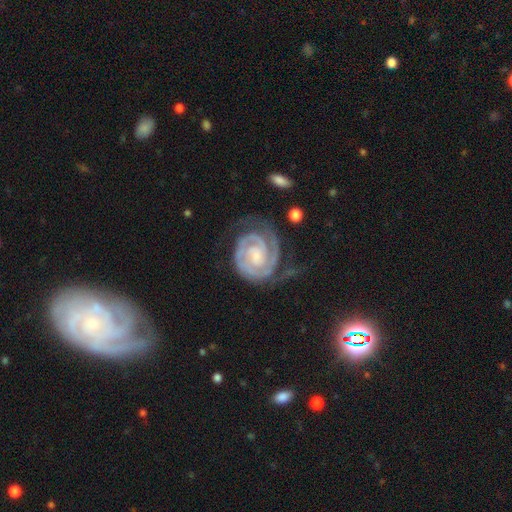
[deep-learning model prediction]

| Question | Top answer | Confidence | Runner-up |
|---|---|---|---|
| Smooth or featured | featured or disk | 92% | smooth (4%) |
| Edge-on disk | no | 98% | yes (2%) |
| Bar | no | 54% | weak (34%) |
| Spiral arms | yes | 98% | no (2%) |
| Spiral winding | tight | 75% | medium (22%) |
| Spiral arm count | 2 | 76% | 3 (9%) |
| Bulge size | small | 57% | moderate (24%) |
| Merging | none | 63% | minor disturbance (20%) |